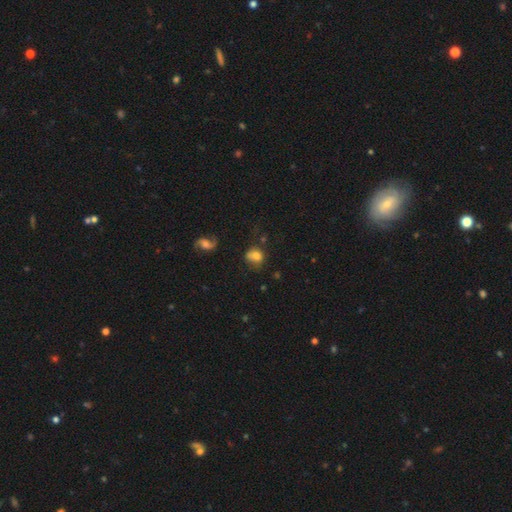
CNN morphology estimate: A smooth galaxy with no disk features (69%) that is round (60%). Merging: none (51%).